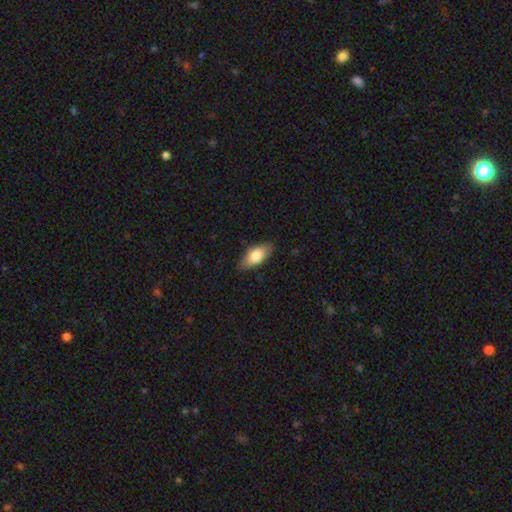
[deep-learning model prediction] Morphology: type=smooth (79%); roundness=in between (87%); merging=none (83%).